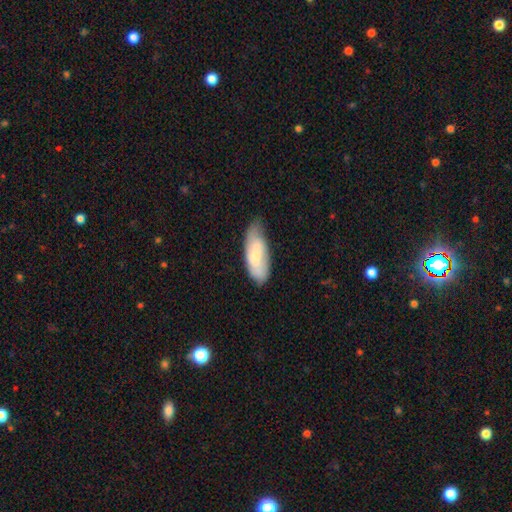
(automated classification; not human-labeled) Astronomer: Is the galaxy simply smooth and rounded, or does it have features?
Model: smooth — 64%.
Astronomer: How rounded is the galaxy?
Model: in between — 74%.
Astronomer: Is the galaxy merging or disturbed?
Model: none — 54% (runner-up: minor disturbance, 36%).